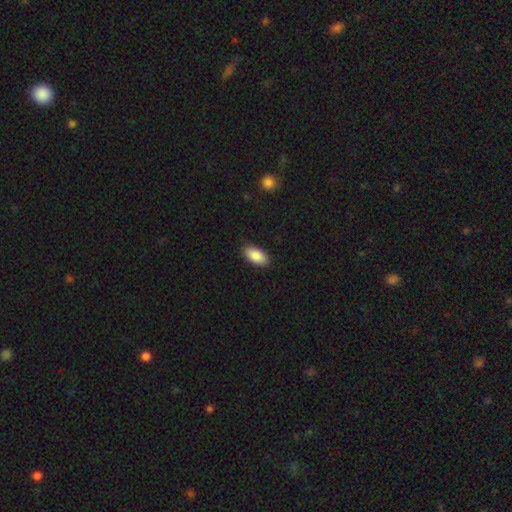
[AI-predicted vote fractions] The model was most divided on "merging": none: 87%, minor disturbance: 9%, major disturbance: 2%, merger: 1%. More confident: how rounded — in between (94%); smooth or featured — smooth (89%).